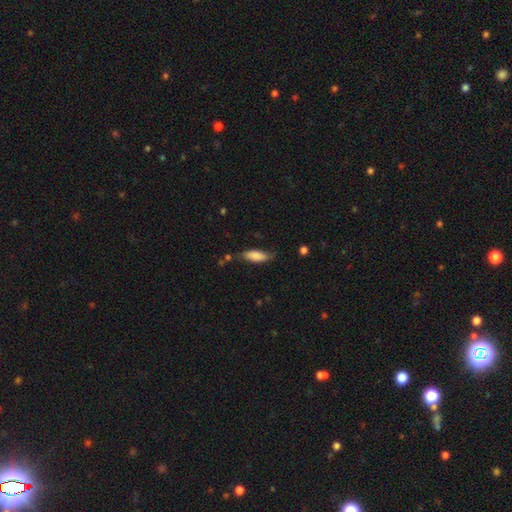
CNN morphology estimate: smooth-or-featured: smooth: 82% | featured or disk: 11% | star or artifact: 6%
  how-rounded: in between: 68% | cigar-shaped: 31% | round: 2%
  merging: none: 67% | minor disturbance: 24% | major disturbance: 6% | merger: 3%